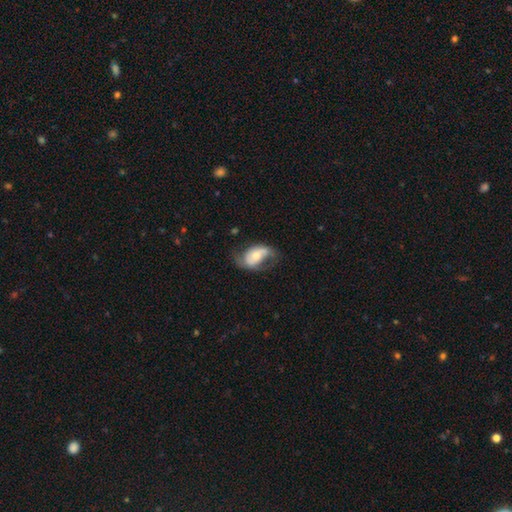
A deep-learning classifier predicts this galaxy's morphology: smooth-or-featured: featured or disk: 59% | smooth: 35% | star or artifact: 6%
  disk-edge-on: no: 94% | yes: 6%
    bar: no: 55% | weak: 28% | strong: 17%
    has-spiral-arms: yes: 75% | no: 25%
    bulge-size: moderate: 58% | small: 32% | large: 7% | none: 2% | dominant: 1%
  merging: none: 53% | minor disturbance: 26% | major disturbance: 18% | merger: 2%